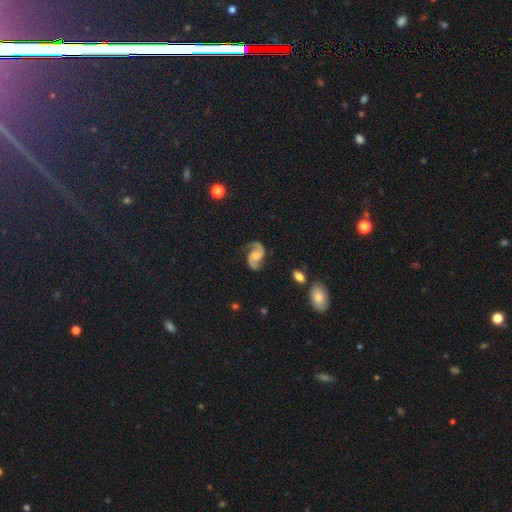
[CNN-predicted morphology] A featured or disk galaxy (90%) with no bar (55%), 2 (94%) medium (50%) spiral arms (98%) and a moderate central bulge (36%). Merging: none (80%).